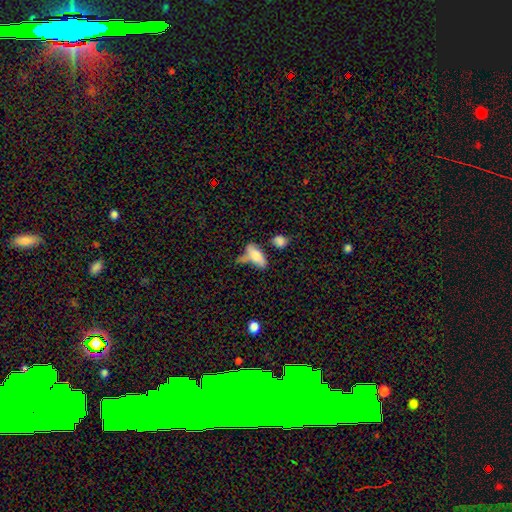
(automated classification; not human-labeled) Smooth or featured: smooth — 70% (featured or disk — 21%)
How rounded: in between — 75% (cigar-shaped — 22%)
Merging: none — 36% (minor disturbance — 25%)